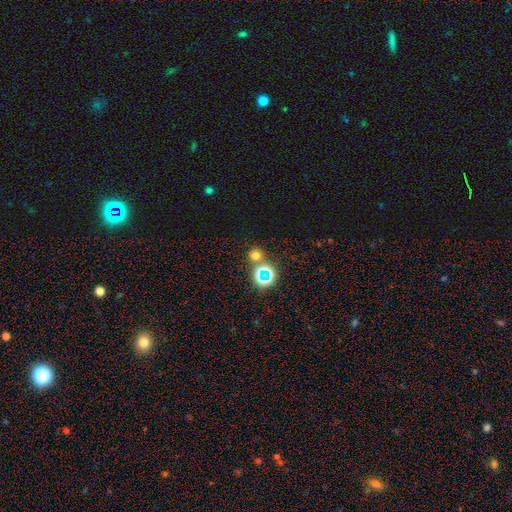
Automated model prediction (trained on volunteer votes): Morphology: type=smooth (59%); roundness=round (90%); merging=none (74%).